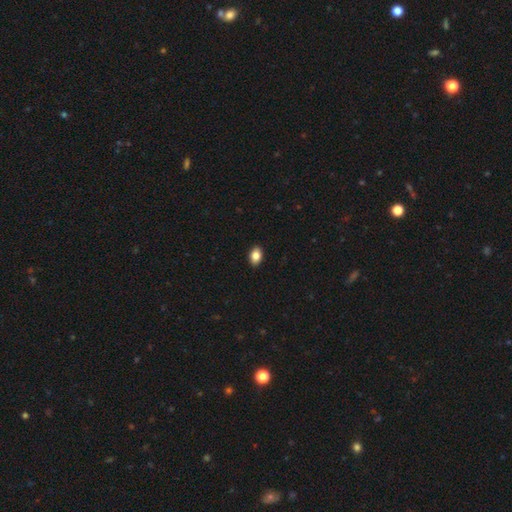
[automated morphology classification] Smooth or featured?
  - smooth: 86% *
  - star or artifact: 8%
  - featured or disk: 6%
How rounded?
  - in between: 85% *
  - round: 13%
  - cigar-shaped: 1%
Merging?
  - none: 90% *
  - minor disturbance: 7%
  - major disturbance: 2%
  - merger: 1%